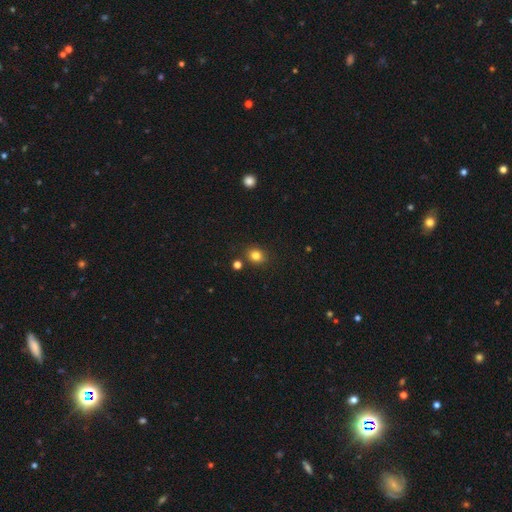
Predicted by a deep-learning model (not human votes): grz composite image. It shows a smooth galaxy with no disk features (81%) that is round (65%). Merging: none (83%).